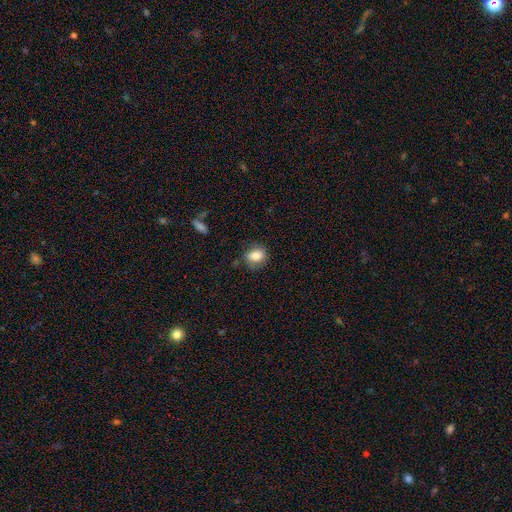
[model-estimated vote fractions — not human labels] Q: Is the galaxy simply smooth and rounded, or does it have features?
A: smooth — 81%.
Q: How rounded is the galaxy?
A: in between — 53%.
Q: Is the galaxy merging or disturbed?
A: none — 70%.